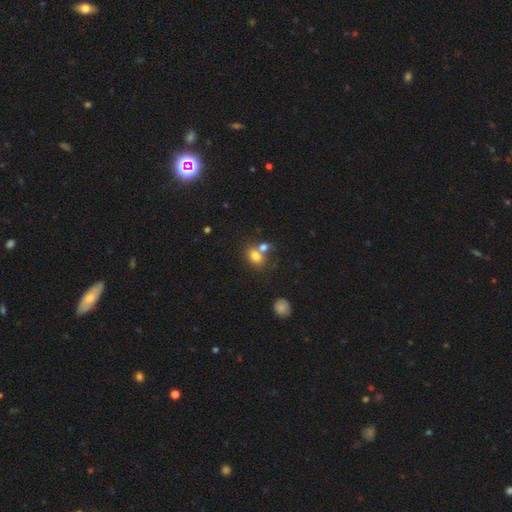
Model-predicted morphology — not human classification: Smooth or featured? Predicted: smooth (p=0.77). How rounded? Predicted: in between (p=0.67). Merging? Predicted: merger (p=0.46).